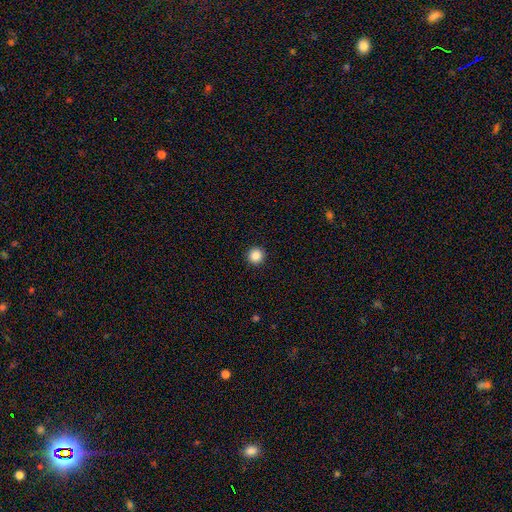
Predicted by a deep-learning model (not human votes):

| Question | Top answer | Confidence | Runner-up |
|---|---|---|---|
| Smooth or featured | smooth | 87% | star or artifact (10%) |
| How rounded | round | 96% | in between (3%) |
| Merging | none | 94% | minor disturbance (4%) |